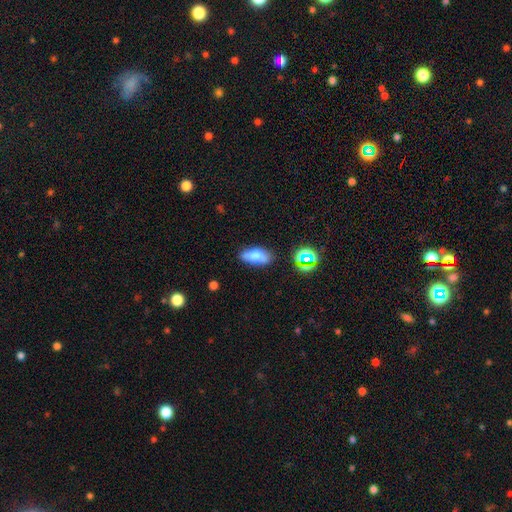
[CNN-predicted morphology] This appears to be a smooth galaxy with no disk features (73%) that is in between round and cigar-shaped (85%). Merging: none (70%).